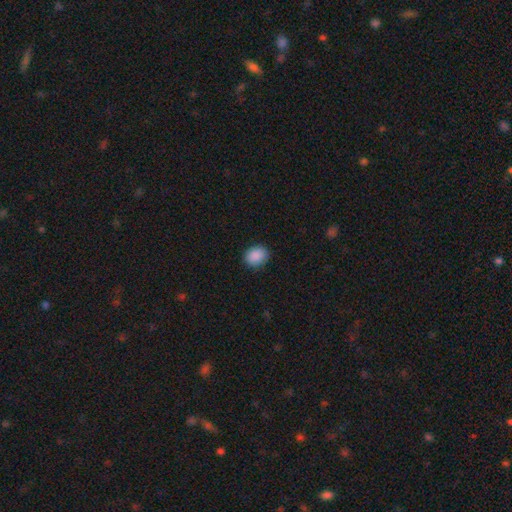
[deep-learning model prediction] This is clearly a smooth galaxy (90%). How rounded: possibly in between (56%). Merging: clearly none (86%).